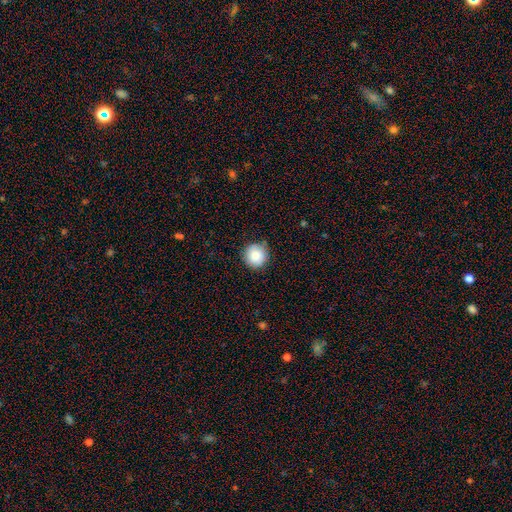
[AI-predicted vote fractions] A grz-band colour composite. It shows a smooth galaxy with no disk features (84%) that is round (94%). Merging: none (82%).